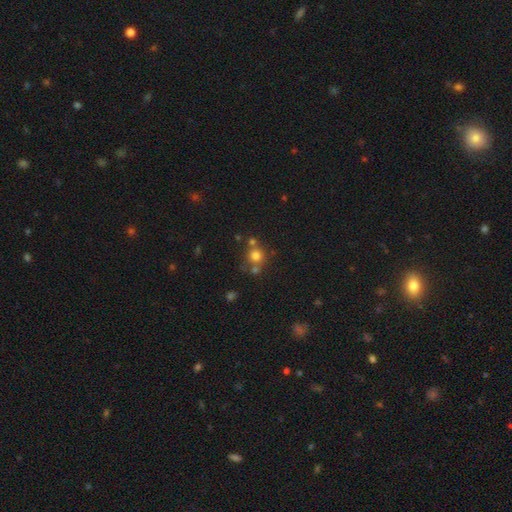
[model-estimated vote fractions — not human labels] smooth 73%, star or artifact 16%, featured or disk 11%. Down the decision tree: how rounded — round (90%); merging — none (60%).